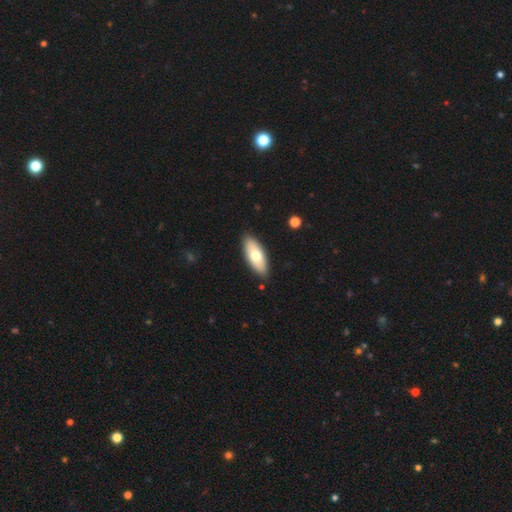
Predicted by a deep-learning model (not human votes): smooth_or_featured: smooth (p=0.67) [alt: featured or disk p=0.27]
how_rounded: in between (p=0.80) [alt: cigar-shaped p=0.18]
merging: none (p=0.89) [alt: minor disturbance p=0.08]